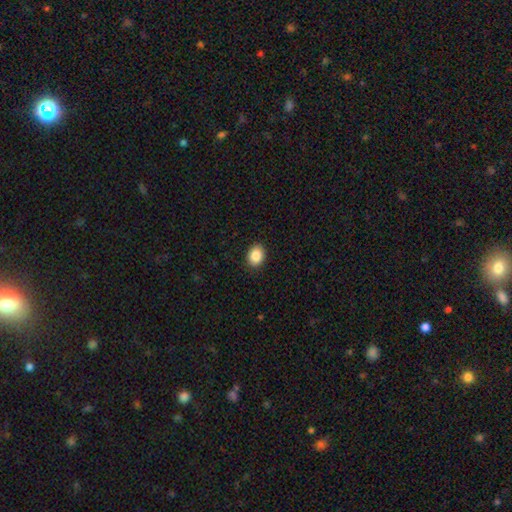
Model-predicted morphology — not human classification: Smooth or featured? smooth (87%)
How rounded? in between (60%)
Merging? none (90%)